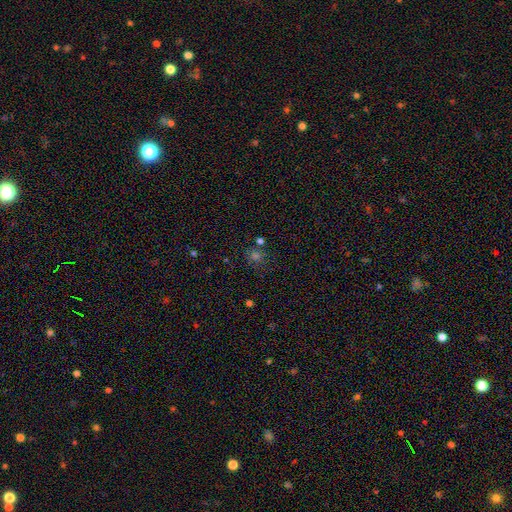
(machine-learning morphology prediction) smooth-or-featured: smooth: 52% | star or artifact: 37% | featured or disk: 11%
  how-rounded: round: 84% | in between: 15% | cigar-shaped: 1%
  merging: none: 72% | minor disturbance: 12% | merger: 11% | major disturbance: 5%